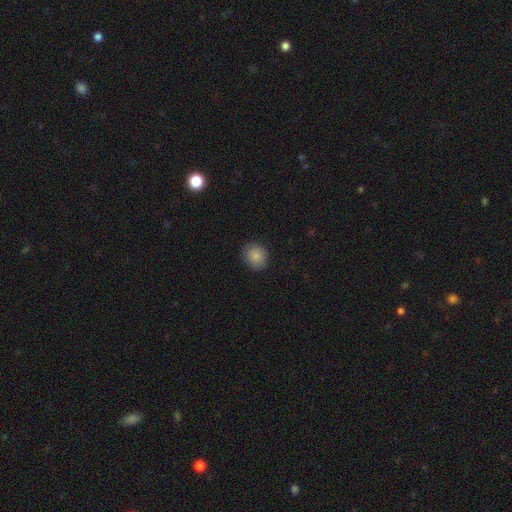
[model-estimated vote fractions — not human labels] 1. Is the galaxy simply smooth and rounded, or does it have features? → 86% smooth, 9% star or artifact, 5% featured or disk.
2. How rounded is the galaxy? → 79% round, 20% in between, 1% cigar-shaped.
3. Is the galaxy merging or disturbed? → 87% none, 10% minor disturbance, 2% major disturbance, 1% merger.